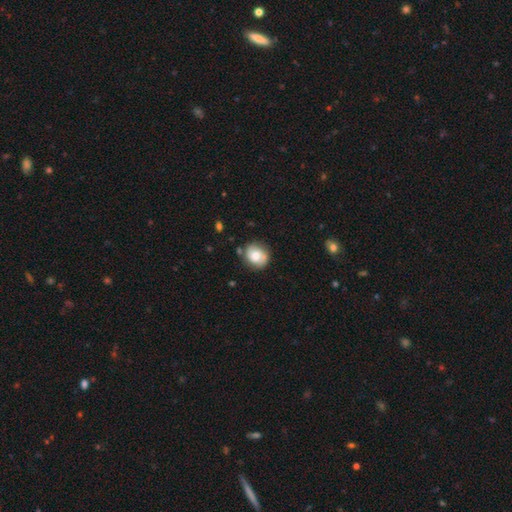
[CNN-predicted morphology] smooth-or-featured: smooth: 51% | featured or disk: 41% | star or artifact: 8%
  how-rounded: round: 72% | in between: 27% | cigar-shaped: 1%
  merging: none: 76% | minor disturbance: 17% | major disturbance: 4% | merger: 2%